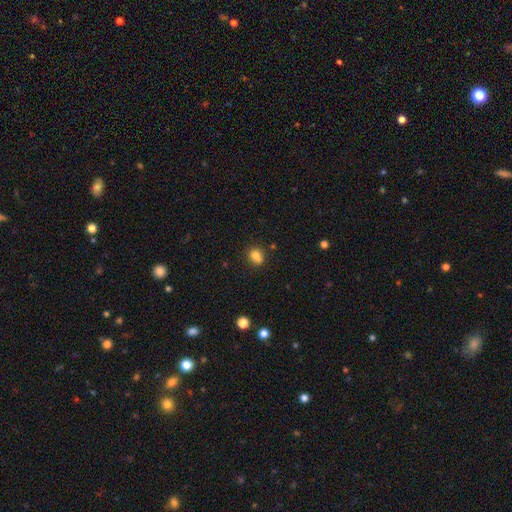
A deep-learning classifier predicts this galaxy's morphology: A smooth galaxy with no disk features (79%) that is round (65%). Merging: none (57%).